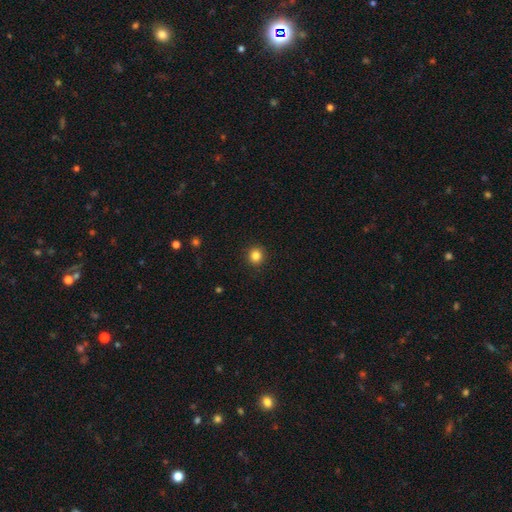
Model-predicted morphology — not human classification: This is clearly a smooth galaxy (84%). How rounded: clearly round (89%). Merging: clearly none (92%).